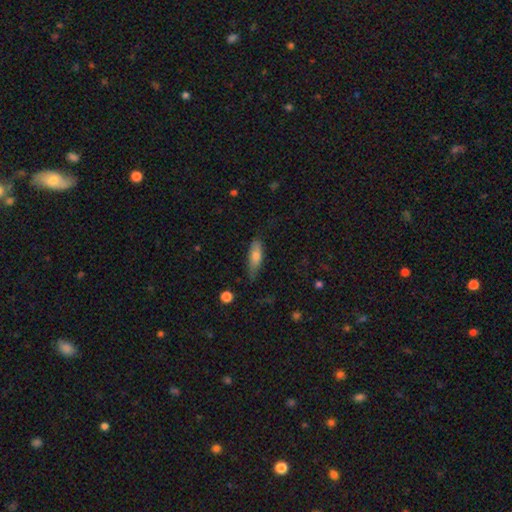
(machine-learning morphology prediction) Smooth or featured? smooth (75%)
How rounded? in between (57%)
Merging? none (64%)